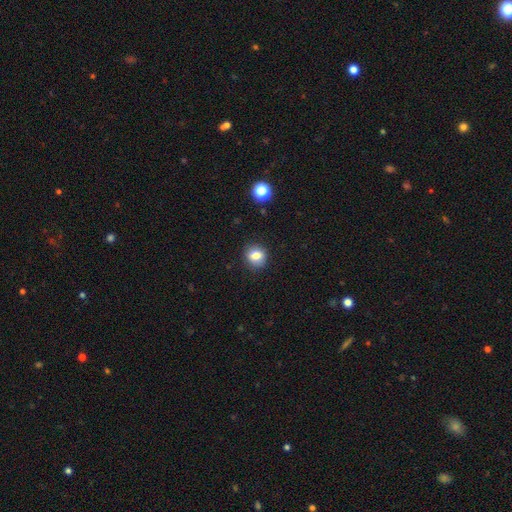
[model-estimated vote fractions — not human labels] Morphology: type=smooth (81%); roundness=round (74%); merging=none (87%).